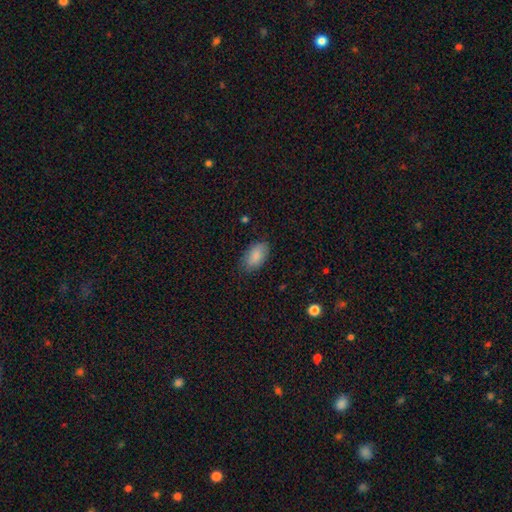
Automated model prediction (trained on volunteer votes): smooth_or_featured: smooth (p=0.87) [alt: featured or disk p=0.07]
how_rounded: in between (p=0.94) [alt: round p=0.04]
merging: none (p=0.81) [alt: minor disturbance p=0.15]